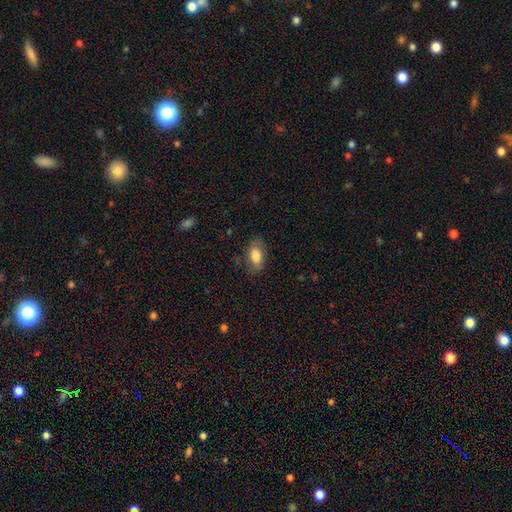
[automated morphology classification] Overall: smooth (81%). How rounded: in between (90%). Merging: none (76%).